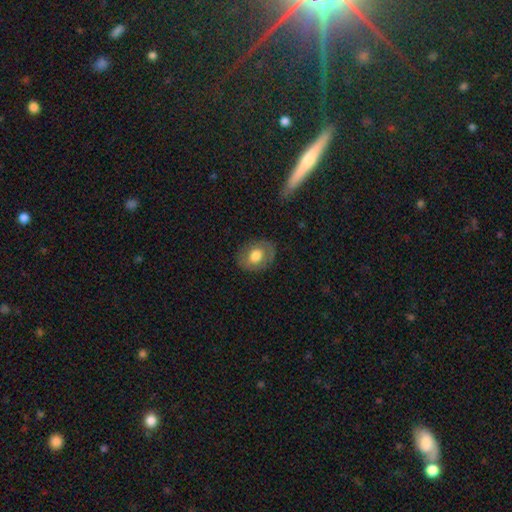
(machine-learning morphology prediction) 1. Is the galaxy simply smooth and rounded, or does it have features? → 66% smooth, 26% featured or disk, 8% star or artifact.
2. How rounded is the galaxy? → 54% in between, 45% round, 1% cigar-shaped.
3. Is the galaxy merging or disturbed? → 81% none, 14% minor disturbance, 5% major disturbance, 1% merger.